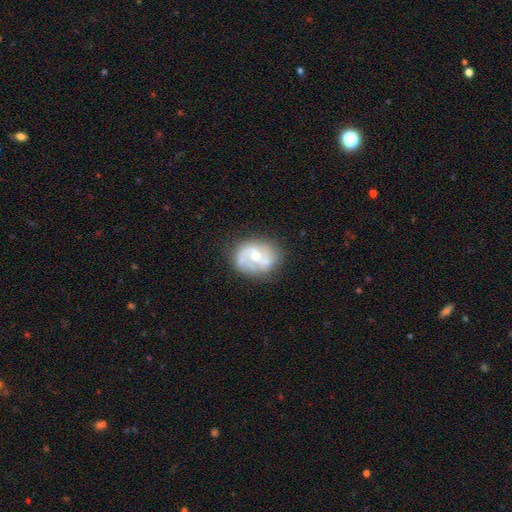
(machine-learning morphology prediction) type=featured or disk (73%); edge-on=no (97%); bar=weak (45%); spiral arms=yes (84%); winding=medium (44%); arm count=2 (69%); bulge=moderate (54%); merging=none (67%).